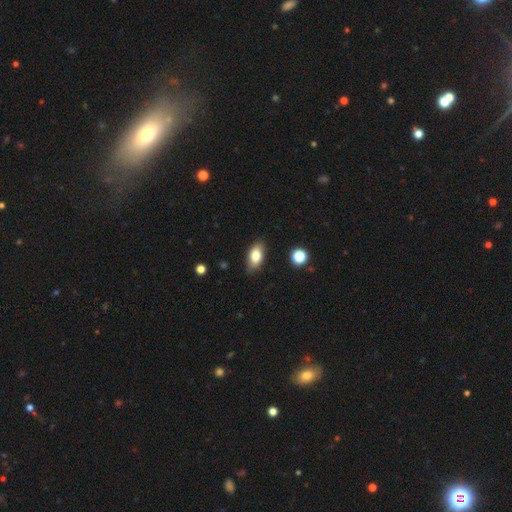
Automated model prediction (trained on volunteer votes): Overall: smooth (78%). How rounded: in between (89%). Merging: none (83%).